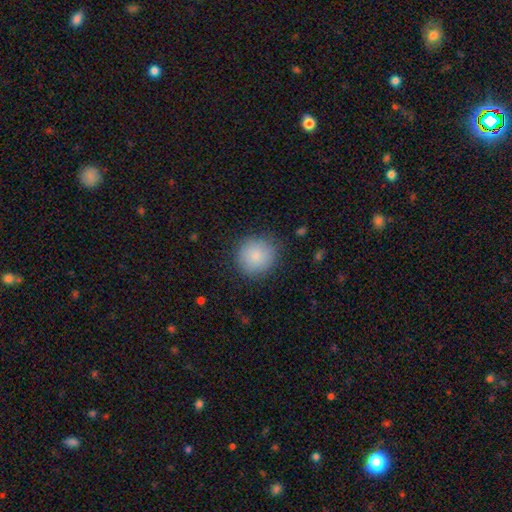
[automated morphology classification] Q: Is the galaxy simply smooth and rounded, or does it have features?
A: smooth — 85%.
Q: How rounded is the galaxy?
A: round — 92%.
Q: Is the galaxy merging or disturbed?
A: none — 83%.